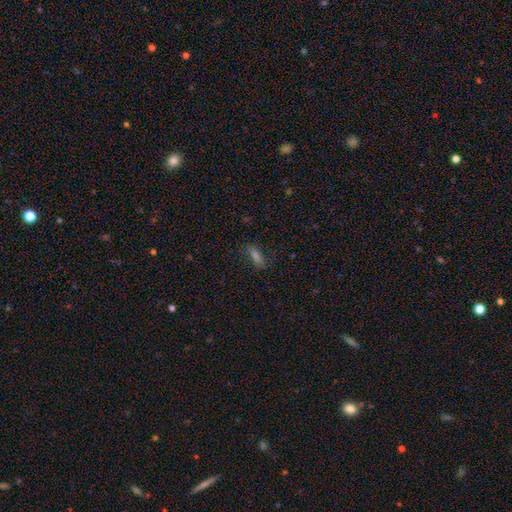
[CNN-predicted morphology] Smooth or featured? smooth (60%)
How rounded? cigar-shaped (53%)
Merging? none (78%)